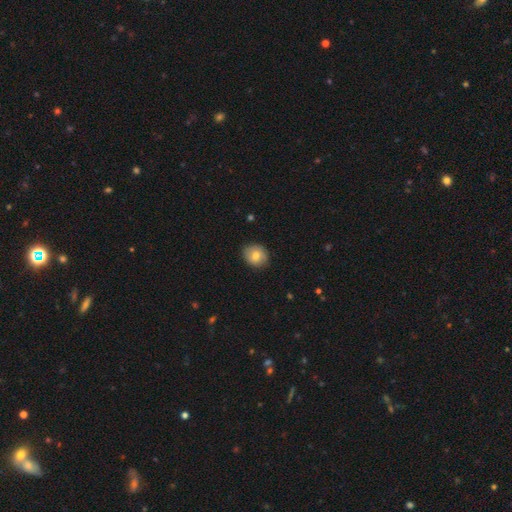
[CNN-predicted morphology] Smooth or featured: smooth — 74% (featured or disk — 17%)
How rounded: round — 67% (in between — 32%)
Merging: none — 84% (minor disturbance — 13%)